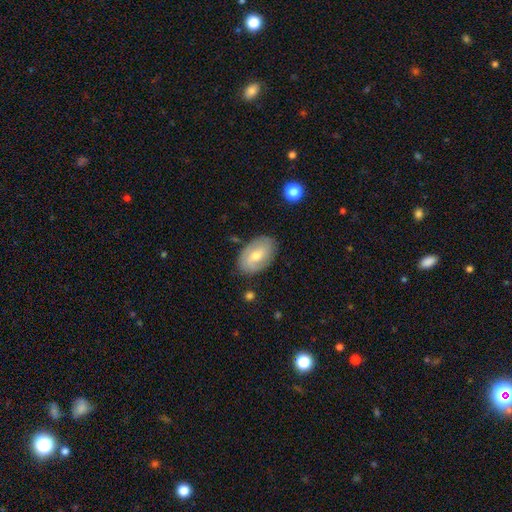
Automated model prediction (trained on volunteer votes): A smooth galaxy with no disk features (55%) that is in between round and cigar-shaped (91%). Merging: none (81%).